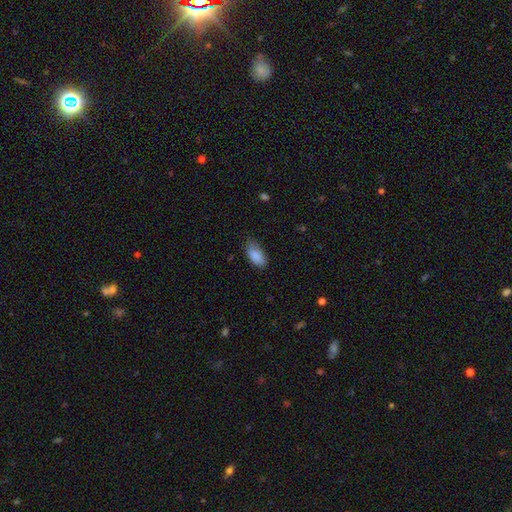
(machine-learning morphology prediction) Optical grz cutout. It shows a smooth galaxy with no disk features (88%) that is in between round and cigar-shaped (91%). Merging: none (72%).